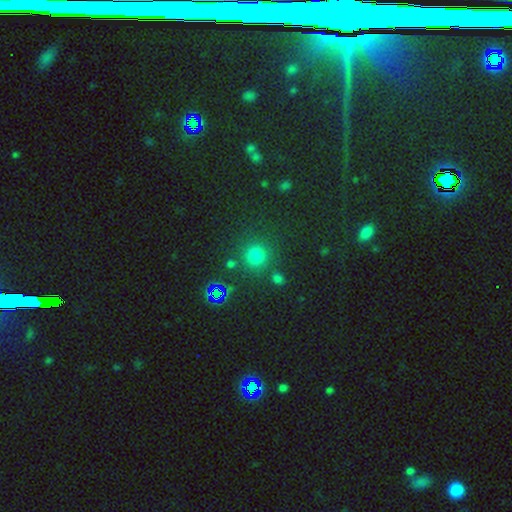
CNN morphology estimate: Smooth or featured?
  - smooth: 71% *
  - star or artifact: 23%
  - featured or disk: 6%
How rounded?
  - round: 91% *
  - in between: 8%
  - cigar-shaped: 1%
Merging?
  - none: 78% *
  - minor disturbance: 9%
  - merger: 7%
  - major disturbance: 5%